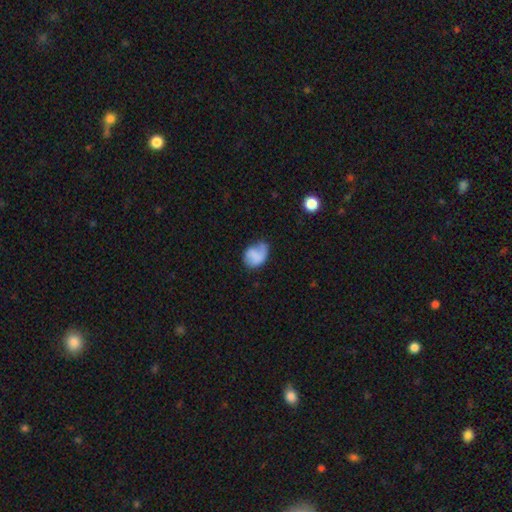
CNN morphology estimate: Overall: smooth (65%; featured or disk 26%). How rounded: in between (57%; round 42%). Merging: none (39%; minor disturbance 36%).